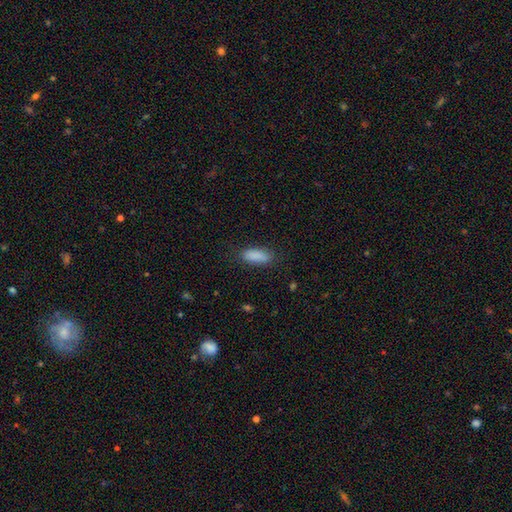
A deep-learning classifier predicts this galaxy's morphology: A smooth galaxy with no disk features (88%) that is in between round and cigar-shaped (73%). Merging: none (83%).